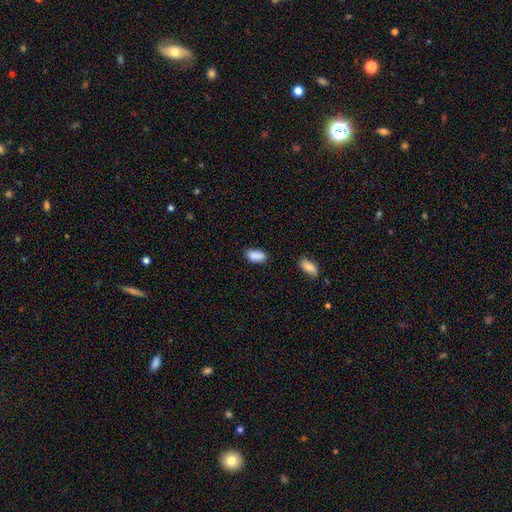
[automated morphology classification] The model was most divided on "merging": none: 71%, minor disturbance: 20%, merger: 5%, major disturbance: 4%. More confident: how rounded — in between (91%); smooth or featured — smooth (87%).